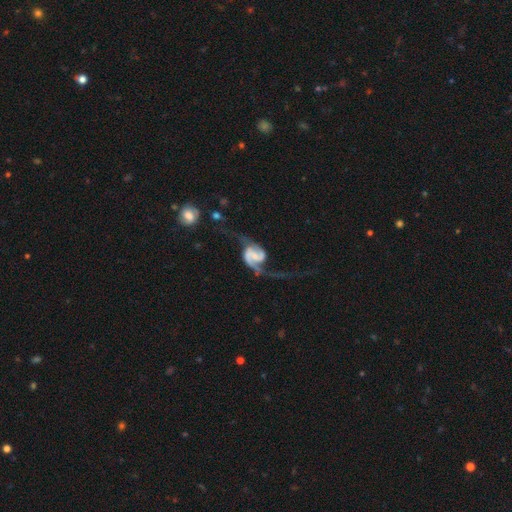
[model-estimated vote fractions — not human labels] smooth_or_featured: featured or disk (p=0.89) [alt: smooth p=0.06]
disk_edge_on: no (p=0.98) [alt: yes p=0.02]
bar: weak (p=0.39) [alt: no p=0.31]
has_spiral_arms: yes (p=0.97) [alt: no p=0.03]
spiral_winding: loose (p=0.60) [alt: medium p=0.30]
spiral_arm_count: 2 (p=0.93) [alt: 1 p=0.02]
bulge_size: none (p=0.55) [alt: small p=0.23]
merging: none (p=0.47) [alt: major disturbance p=0.32]